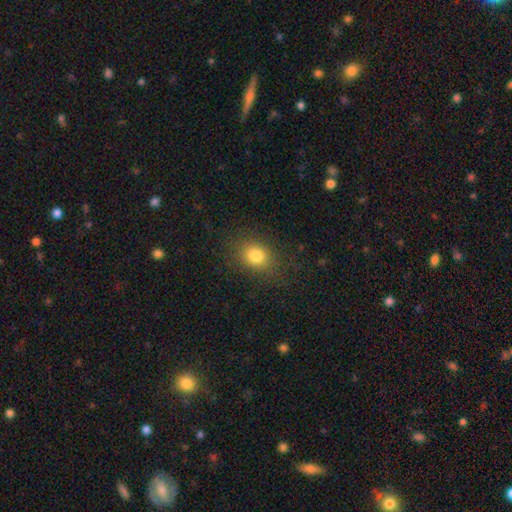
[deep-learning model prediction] A smooth galaxy with no disk features (80%) that is in between round and cigar-shaped (50%).

Vote fractions:
- Smooth or featured? smooth: 80% / star or artifact: 12% / featured or disk: 8%
- How rounded? in between: 50% / round: 49% / cigar-shaped: 1%
- Merging? none: 81% / minor disturbance: 12% / major disturbance: 6% / merger: 1%